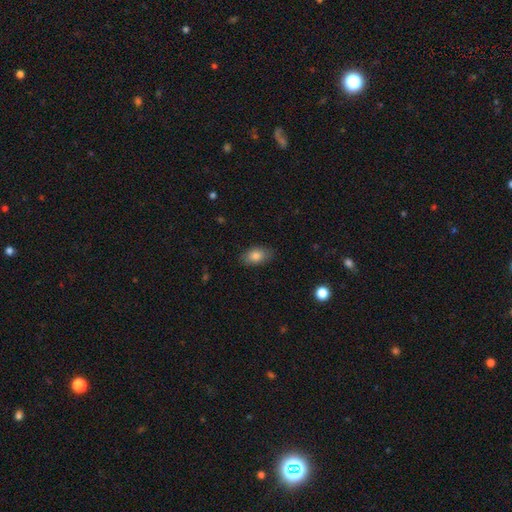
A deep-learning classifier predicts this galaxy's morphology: A smooth galaxy with no disk features (83%) that is in between round and cigar-shaped (89%). Merging: none (83%).